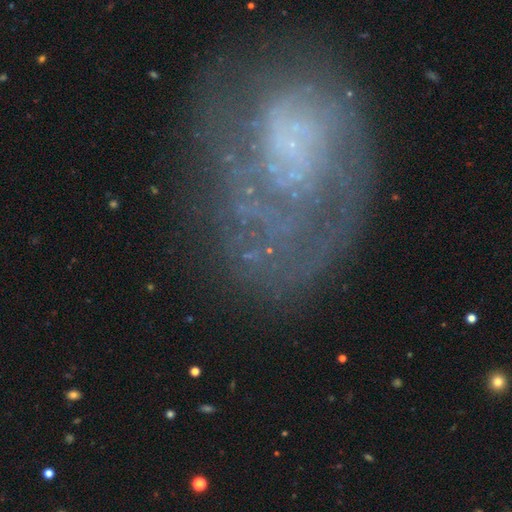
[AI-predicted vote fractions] This is likely a featured or disk galaxy (74%). It is clearly not viewed edge-on (98%). Bar: likely no (72%). Spiral arm pattern: likely yes (79%). Spiral arm count: marginally can't tell (34%). Spiral winding: possibly tight (45%). Central bulge: possibly none (50%). Merging: possibly none (55%).